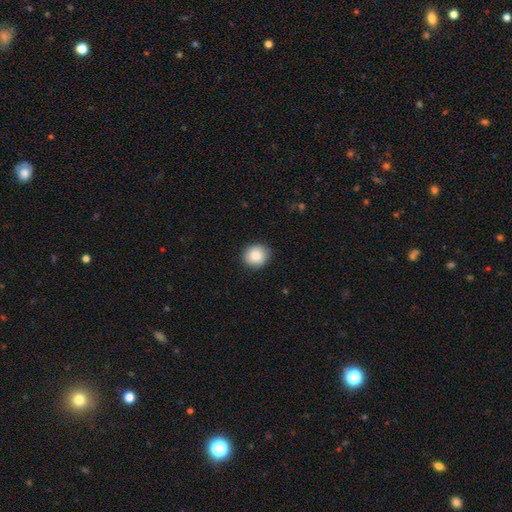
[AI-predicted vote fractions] Smooth or featured? smooth (85%)
How rounded? round (85%)
Merging? none (87%)